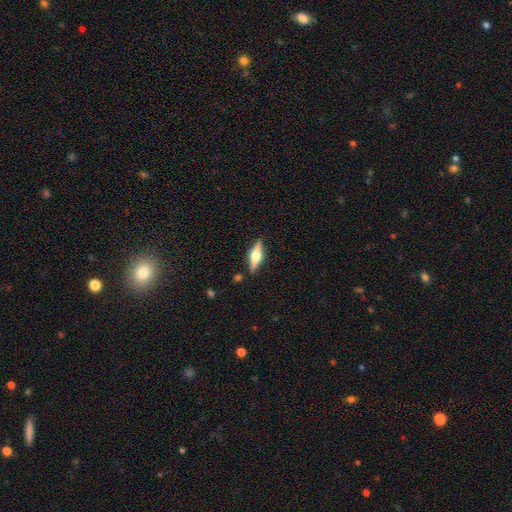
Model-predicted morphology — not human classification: This appears to be a featured or disk galaxy (66%) viewed edge-on (96%) with a rounded central bulge (93%). Merging: none (87%).